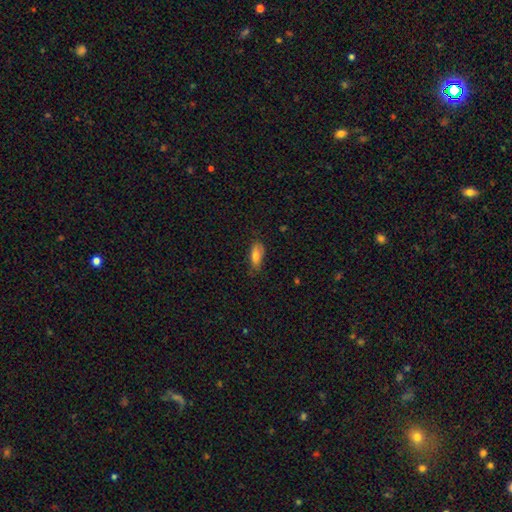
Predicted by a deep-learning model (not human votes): This is likely a smooth galaxy (77%). How rounded: likely in between (80%). Merging: likely none (66%).